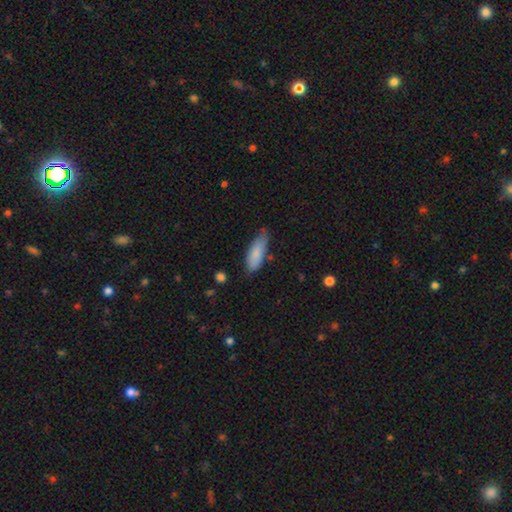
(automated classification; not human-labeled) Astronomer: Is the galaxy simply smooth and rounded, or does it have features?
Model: smooth — 84%.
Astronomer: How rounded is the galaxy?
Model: in between — 69%.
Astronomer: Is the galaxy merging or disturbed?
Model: none — 59%.